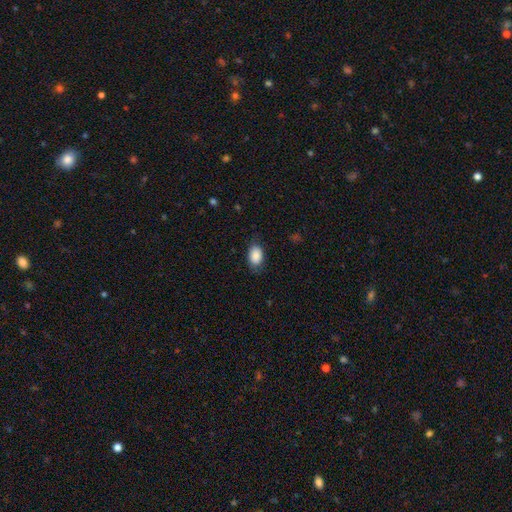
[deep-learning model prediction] Overall: smooth (88%). How rounded: in between (85%). Merging: none (78%).